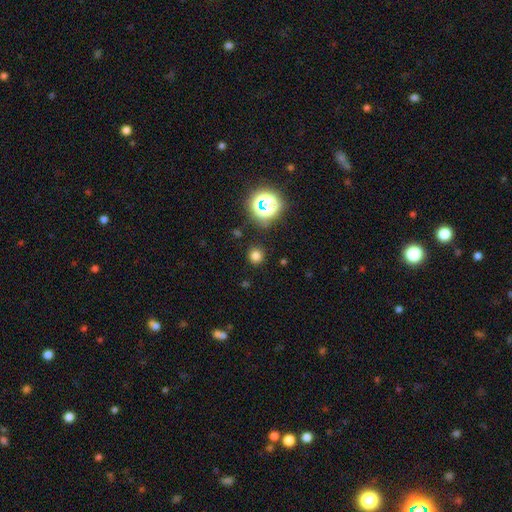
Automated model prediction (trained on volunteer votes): Overall: smooth (73%). How rounded: round (92%). Merging: none (89%).